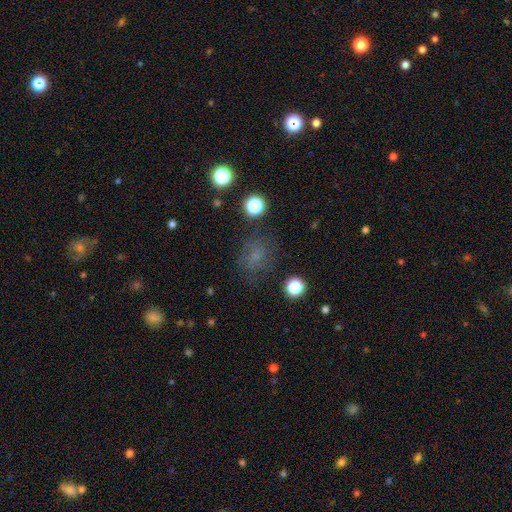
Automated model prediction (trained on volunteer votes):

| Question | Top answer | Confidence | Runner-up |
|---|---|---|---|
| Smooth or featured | smooth | 59% | star or artifact (24%) |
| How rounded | round | 59% | in between (40%) |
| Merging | none | 69% | minor disturbance (18%) |